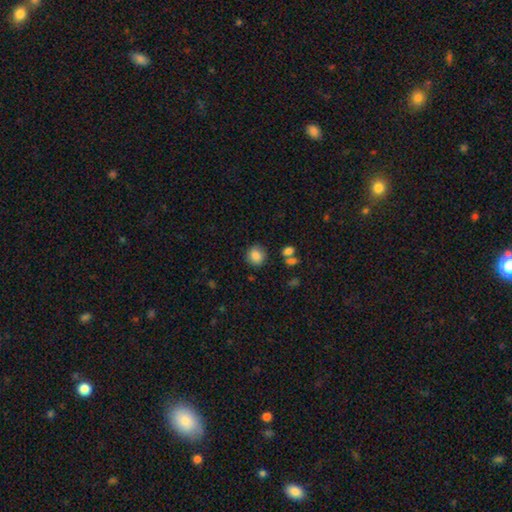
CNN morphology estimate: A smooth galaxy with no disk features (85%) that is round (80%). Merging: none (83%).